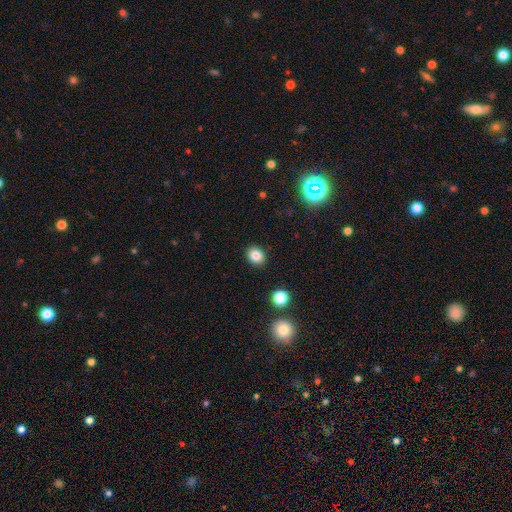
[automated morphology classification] type=smooth (83%); roundness=round (62%); merging=none (90%).